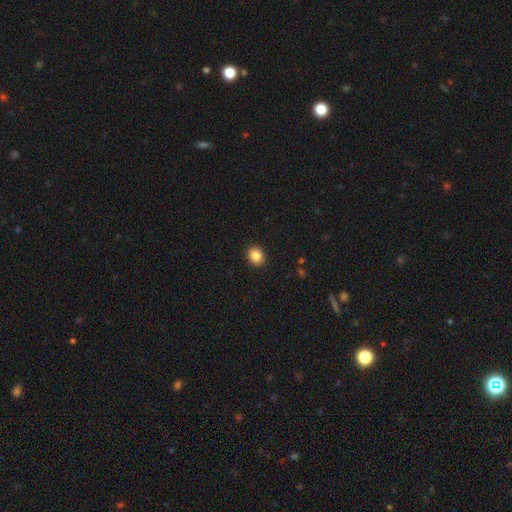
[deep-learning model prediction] smooth 85%, star or artifact 9%, featured or disk 5%. Down the decision tree: how rounded — round (65%); merging — none (91%).